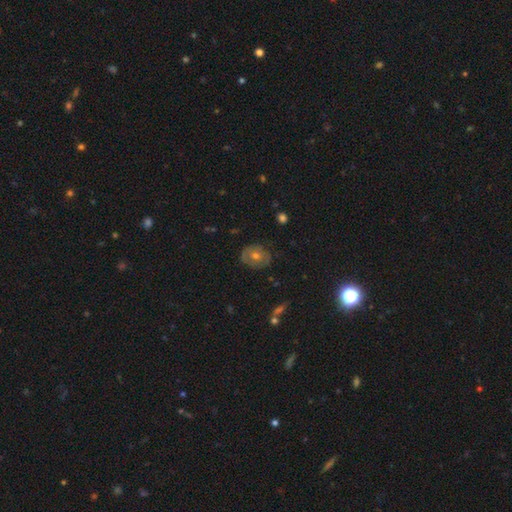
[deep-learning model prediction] This appears to be a featured or disk galaxy (45%). Merging: none (78%).